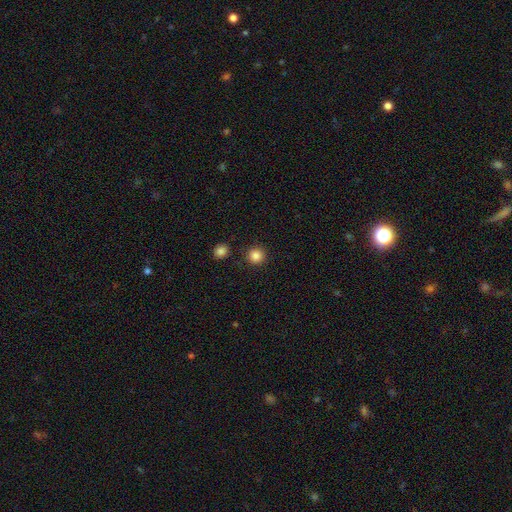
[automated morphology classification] smooth_or_featured: smooth (p=0.86) [alt: star or artifact p=0.11]
how_rounded: round (p=0.94) [alt: in between p=0.05]
merging: none (p=0.90) [alt: minor disturbance p=0.06]